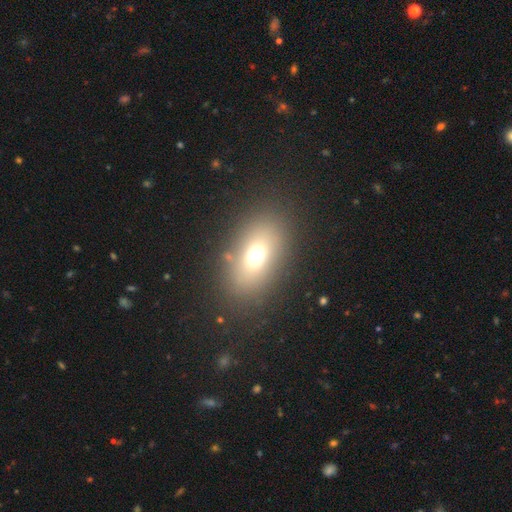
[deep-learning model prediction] This appears to be a smooth galaxy with no disk features (68%) that is in between round and cigar-shaped (77%). Merging: none (82%).